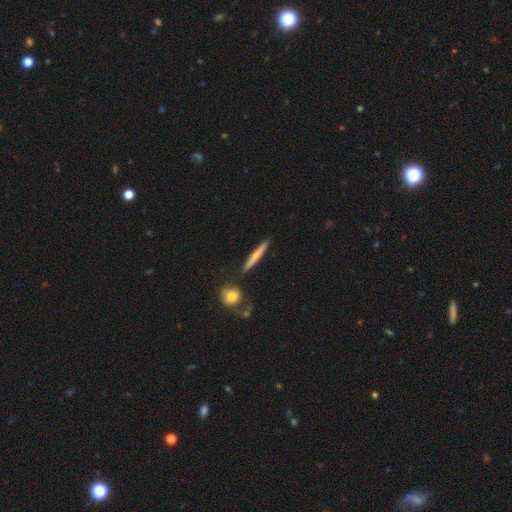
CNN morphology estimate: type=smooth (60%); roundness=cigar-shaped (93%); merging=none (87%).